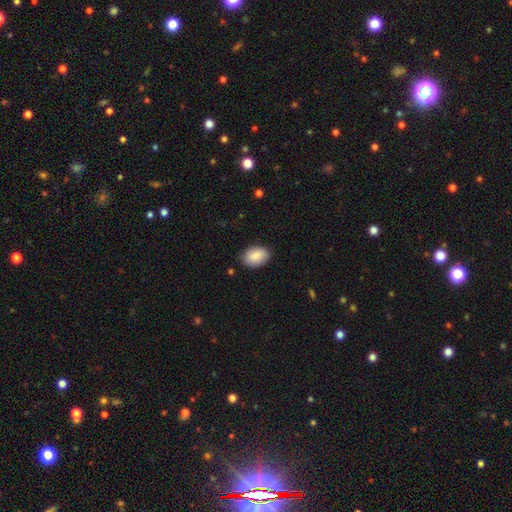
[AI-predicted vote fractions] Morphology: type=smooth (87%); roundness=in between (88%); merging=none (83%).